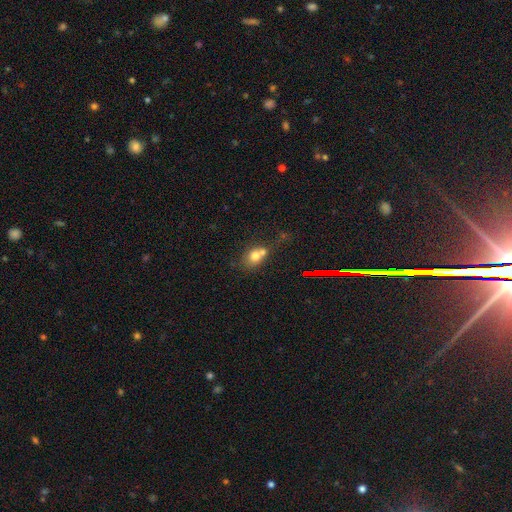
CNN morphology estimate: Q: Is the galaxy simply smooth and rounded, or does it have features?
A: smooth — 71%.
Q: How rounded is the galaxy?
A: round — 58%.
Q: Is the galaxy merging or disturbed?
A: merger — 53%.